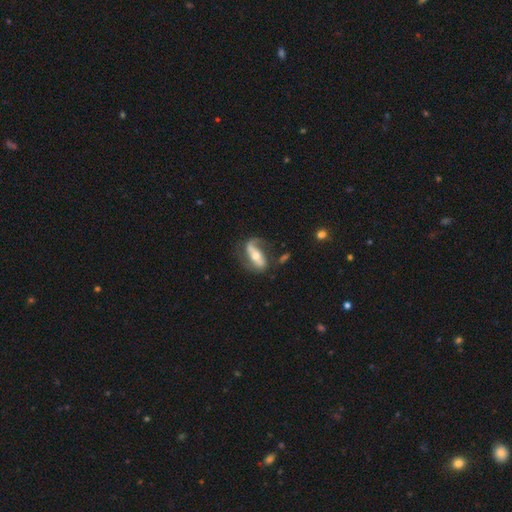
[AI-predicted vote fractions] Smooth or featured?
  - featured or disk: 74% *
  - smooth: 21%
  - star or artifact: 6%
Edge-on disk?
  - no: 85% *
  - yes: 15%
Bar?
  - strong: 53% *
  - no: 26%
  - weak: 21%
Spiral arms?
  - yes: 81% *
  - no: 19%
Spiral winding?
  - loose: 49% *
  - medium: 33%
  - tight: 19%
Spiral arm count?
  - 2: 69% *
  - 1: 22%
  - can't tell: 7%
  - 3: 1%
  - 4: 1%
  - more than 4: 1%
Bulge size?
  - moderate: 66% *
  - small: 26%
  - large: 6%
  - dominant: 1%
  - none: 1%
Merging?
  - none: 55% *
  - minor disturbance: 22%
  - major disturbance: 19%
  - merger: 4%